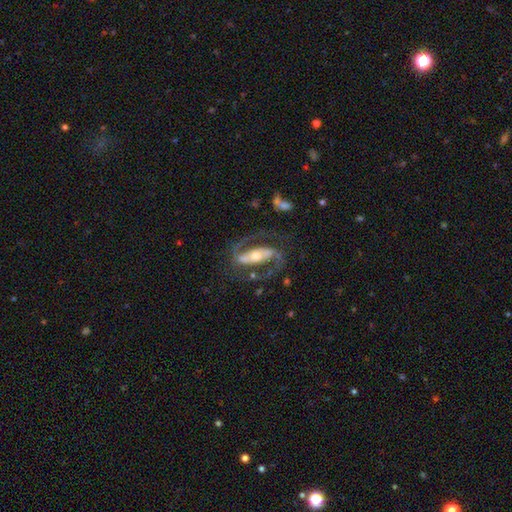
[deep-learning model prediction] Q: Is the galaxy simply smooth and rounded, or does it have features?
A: featured or disk — 90%.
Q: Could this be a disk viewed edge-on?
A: no — 94%.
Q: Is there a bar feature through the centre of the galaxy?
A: strong — 65%.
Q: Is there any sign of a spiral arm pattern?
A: yes — 96%.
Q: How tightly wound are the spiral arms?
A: medium — 57%.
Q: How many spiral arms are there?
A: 2 — 92%.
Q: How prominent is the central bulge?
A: moderate — 53%.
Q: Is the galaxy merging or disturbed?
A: none — 72%.